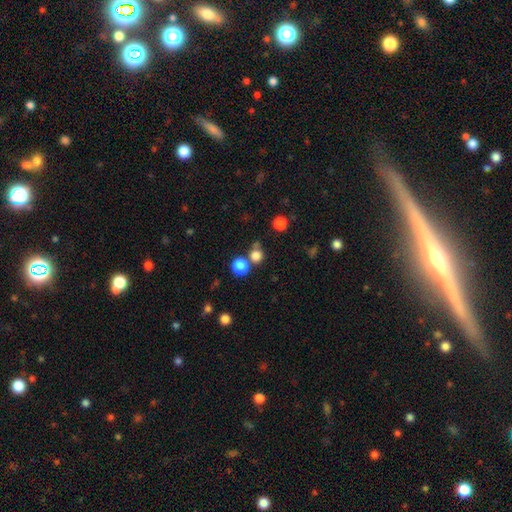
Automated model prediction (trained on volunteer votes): The model was most divided on "merging": none: 69%, merger: 20%, minor disturbance: 8%, major disturbance: 3%. More confident: how rounded — round (90%); smooth or featured — smooth (79%).